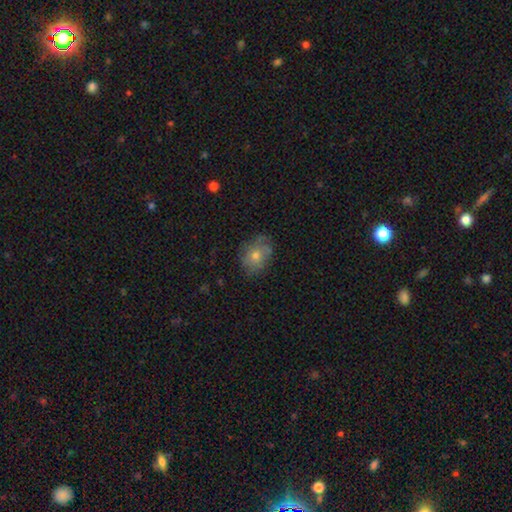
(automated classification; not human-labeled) Q: Smooth or featured?
A: smooth (57%); runner-up: featured or disk (31%)
Q: How rounded?
A: in between (60%); runner-up: round (39%)
Q: Merging?
A: none (70%); runner-up: minor disturbance (22%)